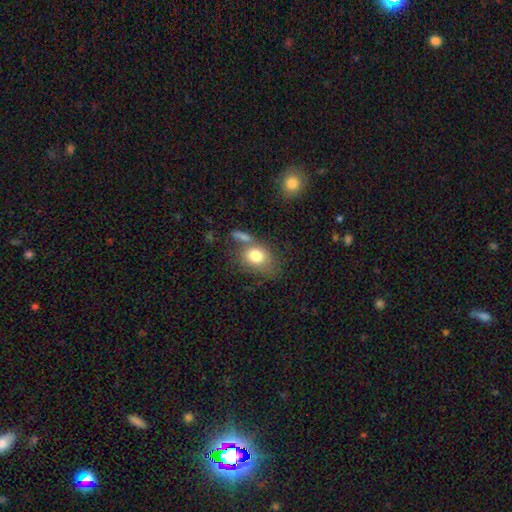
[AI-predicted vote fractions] smooth 77%, featured or disk 14%, star or artifact 8%. Down the decision tree: how rounded — in between (60%); merging — none (44%).